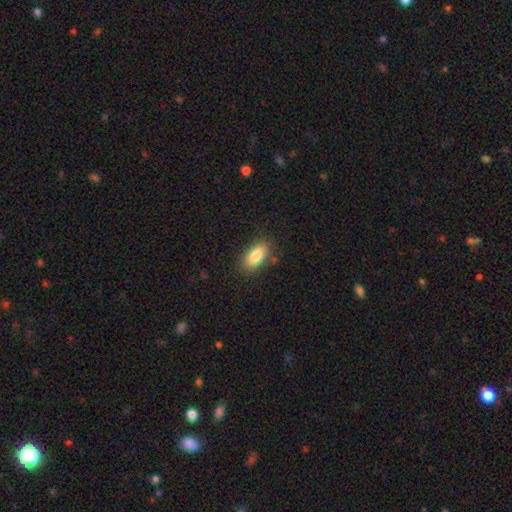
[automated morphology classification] smooth 84%, featured or disk 9%, star or artifact 7%. Down the decision tree: how rounded — in between (90%); merging — none (84%).